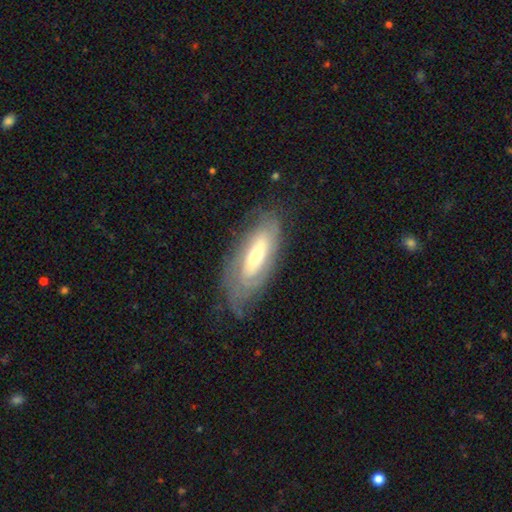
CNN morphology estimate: This is likely a featured or disk galaxy (64%). It is clearly not viewed edge-on (82%). Bar: likely no (62%). Spiral arm pattern: likely yes (68%). Central bulge: possibly moderate (52%). Merging: likely none (64%).